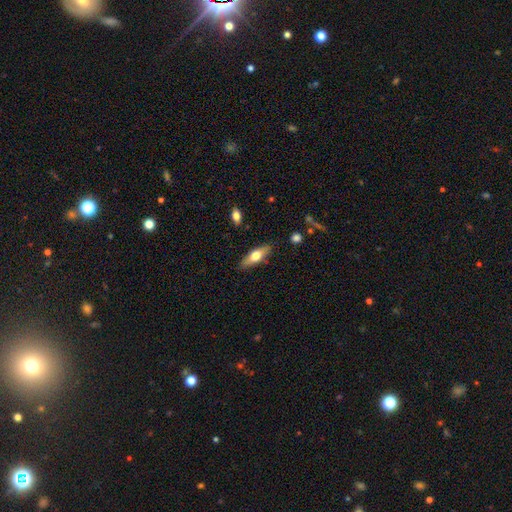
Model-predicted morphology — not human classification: Smooth or featured? Predicted: smooth (p=0.60). How rounded? Predicted: in between (p=0.59). Merging? Predicted: none (p=0.85).